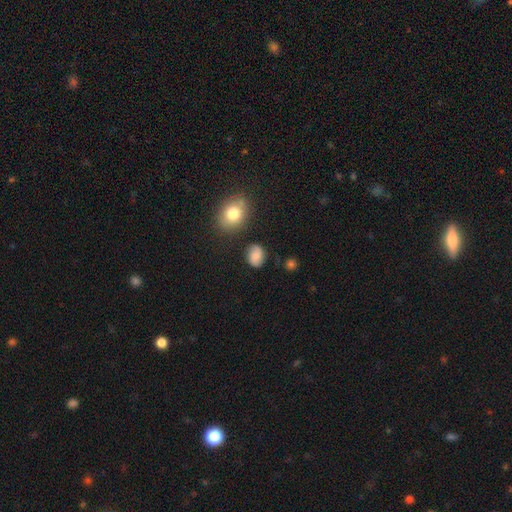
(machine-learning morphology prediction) type=smooth (72%); roundness=in between (64%); merging=none (79%).